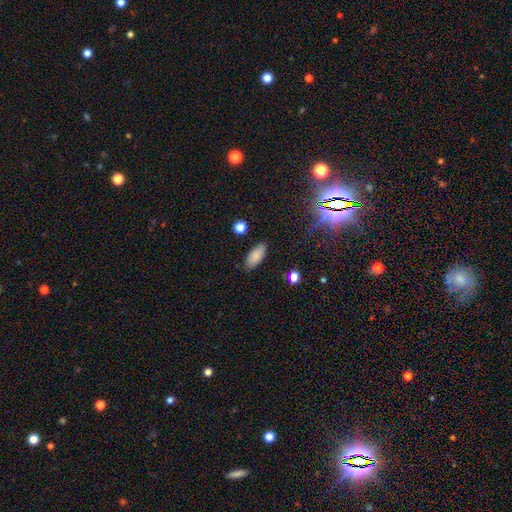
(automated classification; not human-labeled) Smooth or featured?
  - smooth: 85% *
  - star or artifact: 9%
  - featured or disk: 6%
How rounded?
  - in between: 86% *
  - cigar-shaped: 12%
  - round: 2%
Merging?
  - none: 85% *
  - minor disturbance: 11%
  - major disturbance: 2%
  - merger: 2%